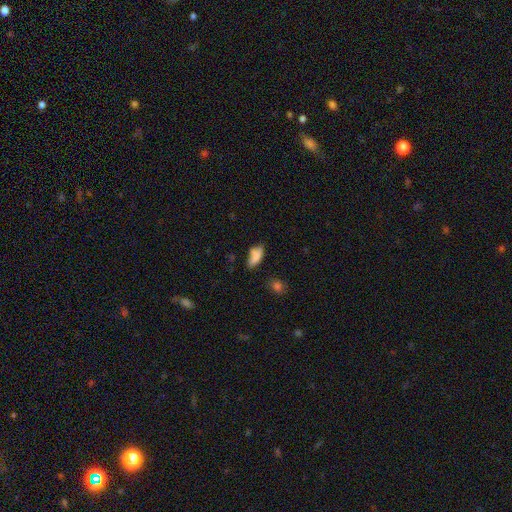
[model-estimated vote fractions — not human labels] Morphology: type=smooth (79%); roundness=in between (77%); merging=none (53%).